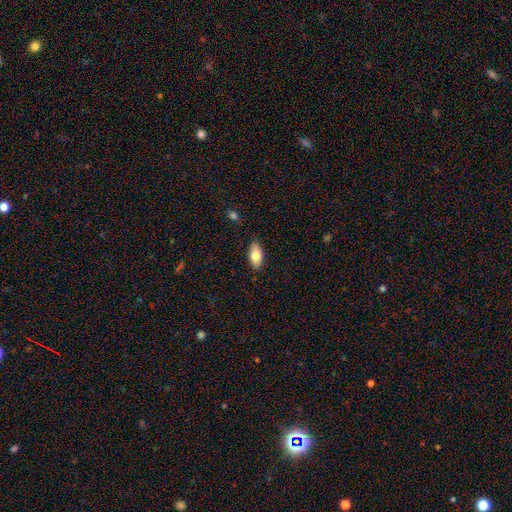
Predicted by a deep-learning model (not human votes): Morphology: type=smooth (78%); roundness=in between (89%); merging=none (87%).